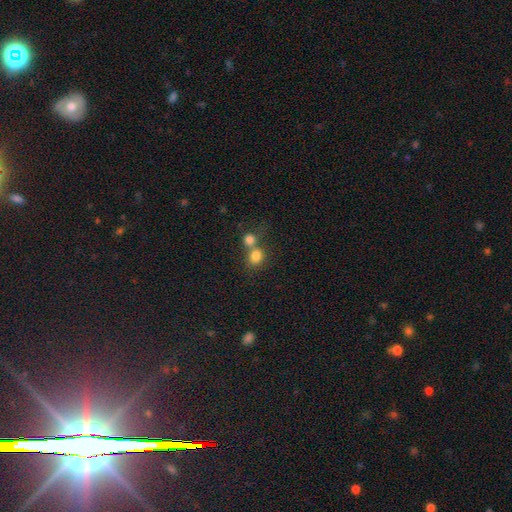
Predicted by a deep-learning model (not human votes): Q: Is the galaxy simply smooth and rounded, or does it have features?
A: smooth — 80%.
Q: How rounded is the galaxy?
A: round — 74%.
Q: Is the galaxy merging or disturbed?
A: merger — 52%.